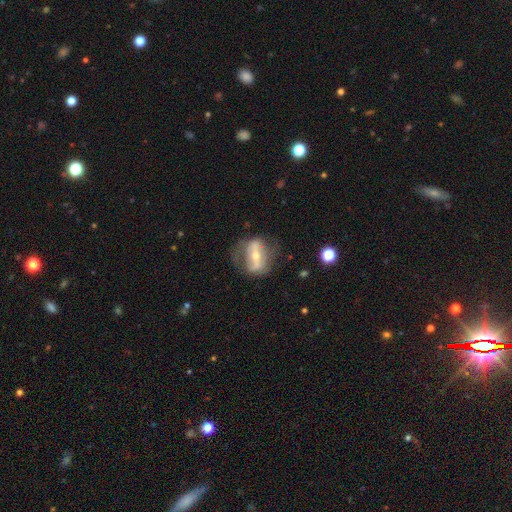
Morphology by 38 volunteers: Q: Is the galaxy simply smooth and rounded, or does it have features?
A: featured or disk — 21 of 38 (55%).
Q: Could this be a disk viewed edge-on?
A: no — 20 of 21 (95%).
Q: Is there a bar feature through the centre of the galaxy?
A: strong — 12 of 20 (60%).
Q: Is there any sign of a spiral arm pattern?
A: yes — 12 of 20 (60%).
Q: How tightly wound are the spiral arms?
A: loose — 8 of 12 (67%).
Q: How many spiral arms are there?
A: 2 — 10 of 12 (83%).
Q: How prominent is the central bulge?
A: moderate — 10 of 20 (50%, tied with small).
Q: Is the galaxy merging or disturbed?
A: major disturbance — 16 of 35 (46%).